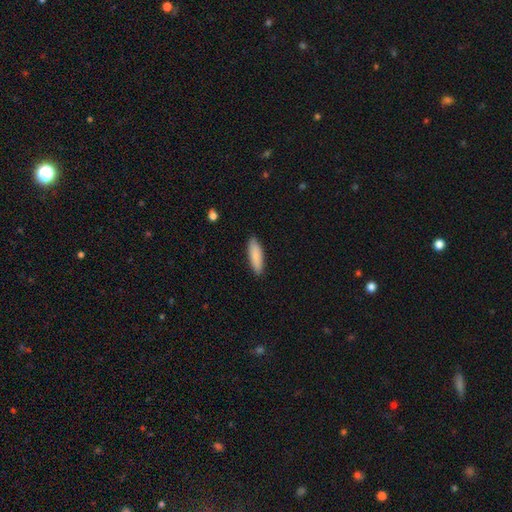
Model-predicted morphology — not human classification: A smooth galaxy with no disk features (87%) that is cigar-shaped (53%). Merging: none (88%).